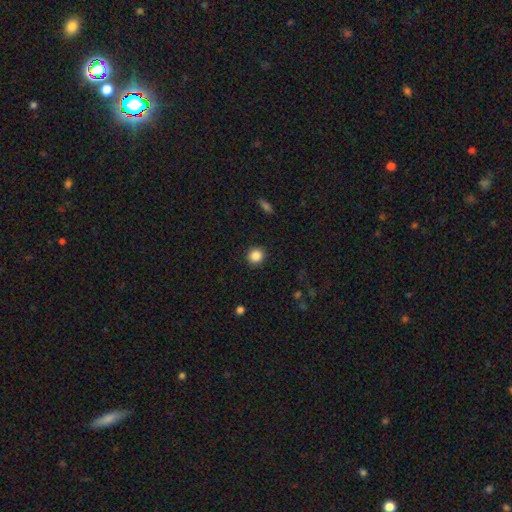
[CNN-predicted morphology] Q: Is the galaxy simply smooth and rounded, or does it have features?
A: smooth — 86%.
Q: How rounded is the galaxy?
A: round — 91%.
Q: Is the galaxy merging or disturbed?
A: none — 91%.